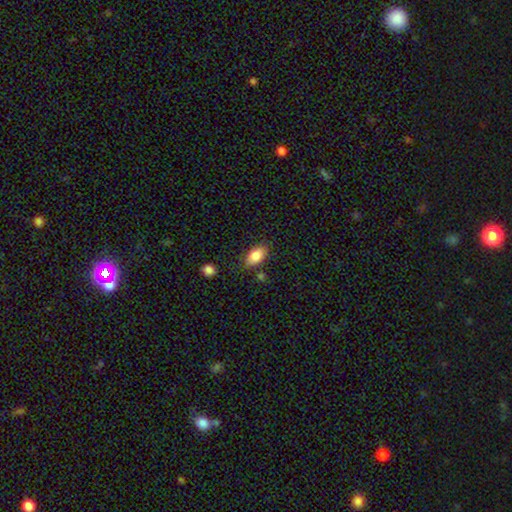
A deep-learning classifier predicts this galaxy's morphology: Smooth or featured? Predicted: smooth (p=0.85). How rounded? Predicted: in between (p=0.92). Merging? Predicted: none (p=0.78).